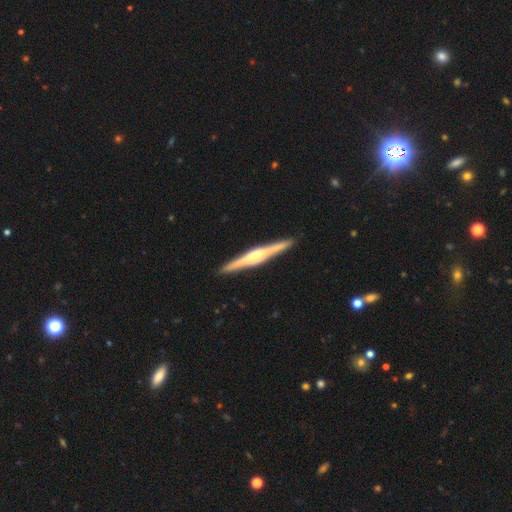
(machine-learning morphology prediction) Smooth or featured?
  - featured or disk: 79% *
  - smooth: 15%
  - star or artifact: 5%
Edge-on disk?
  - yes: 98% *
  - no: 2%
Edge-on bulge?
  - rounded: 76% *
  - boxy: 15%
  - none: 9%
Merging?
  - none: 91% *
  - minor disturbance: 6%
  - major disturbance: 1%
  - merger: 1%